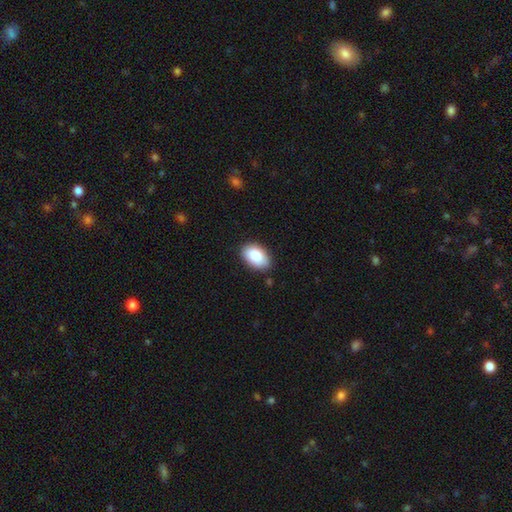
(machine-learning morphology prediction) type=smooth (86%); roundness=in between (91%); merging=none (85%).